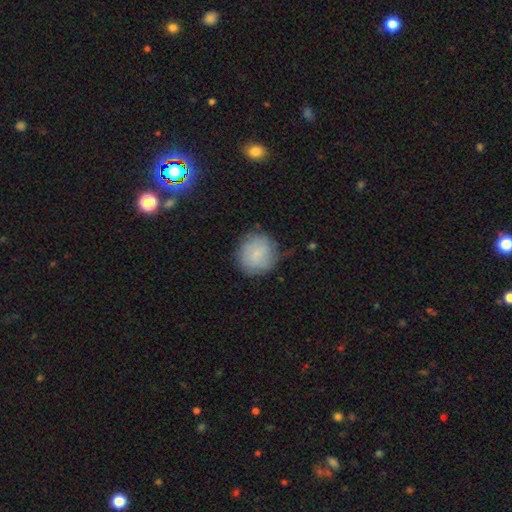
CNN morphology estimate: smooth 79%, featured or disk 14%, star or artifact 7%. Down the decision tree: how rounded — round (90%); merging — none (72%).